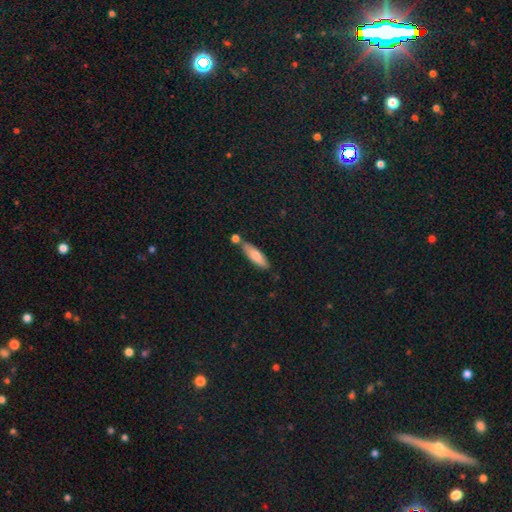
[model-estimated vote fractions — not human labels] Smooth or featured? Predicted: smooth (p=0.76). How rounded? Predicted: cigar-shaped (p=0.60). Merging? Predicted: none (p=0.71).